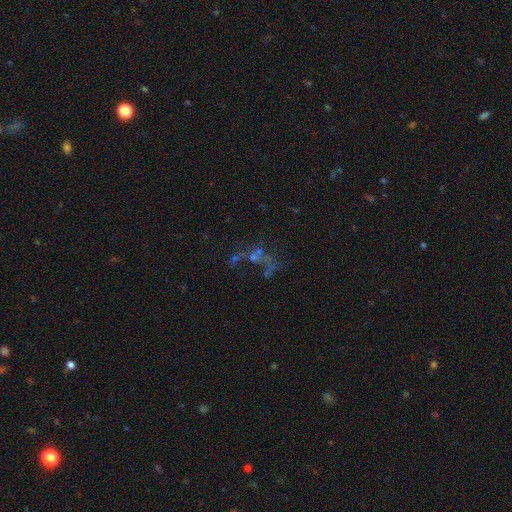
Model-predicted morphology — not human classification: type=featured or disk (42%); merging=none (36%).